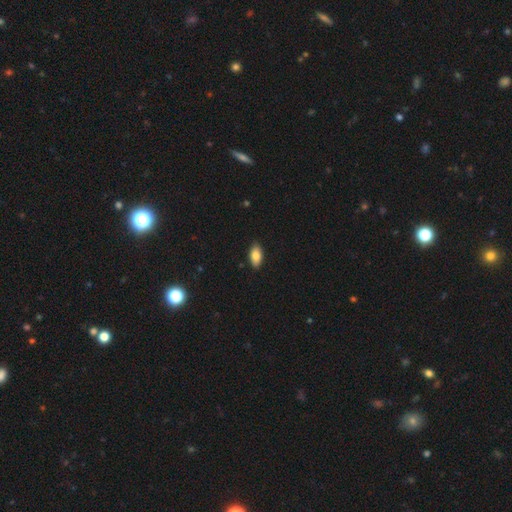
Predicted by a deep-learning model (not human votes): A smooth galaxy with no disk features (82%) that is in between round and cigar-shaped (92%).

Vote fractions:
- Smooth or featured? smooth: 82% / featured or disk: 10% / star or artifact: 7%
- How rounded? in between: 92% / cigar-shaped: 5% / round: 3%
- Merging? none: 87% / minor disturbance: 10% / major disturbance: 2% / merger: 1%